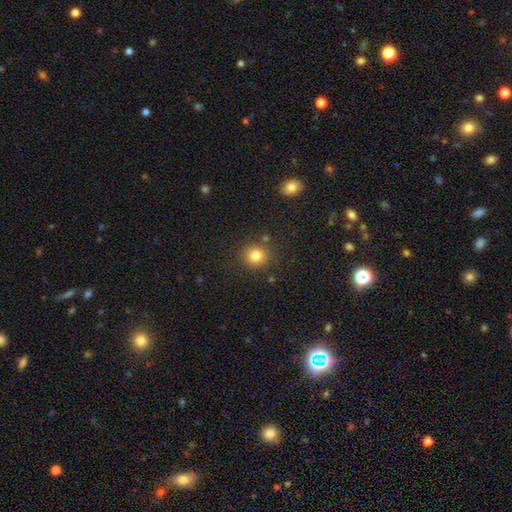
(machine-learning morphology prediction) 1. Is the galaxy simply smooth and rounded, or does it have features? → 81% smooth, 13% star or artifact, 6% featured or disk.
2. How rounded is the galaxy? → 89% round, 10% in between, 1% cigar-shaped.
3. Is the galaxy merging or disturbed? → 85% none, 8% minor disturbance, 4% merger, 3% major disturbance.